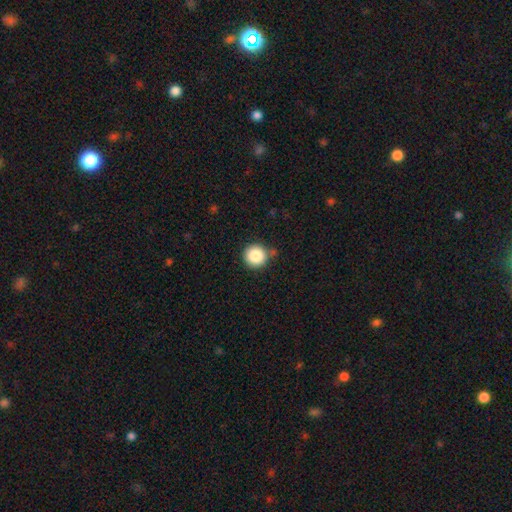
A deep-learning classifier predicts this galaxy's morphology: Smooth or featured? Predicted: smooth (p=0.86). How rounded? Predicted: round (p=0.95). Merging? Predicted: none (p=0.79).